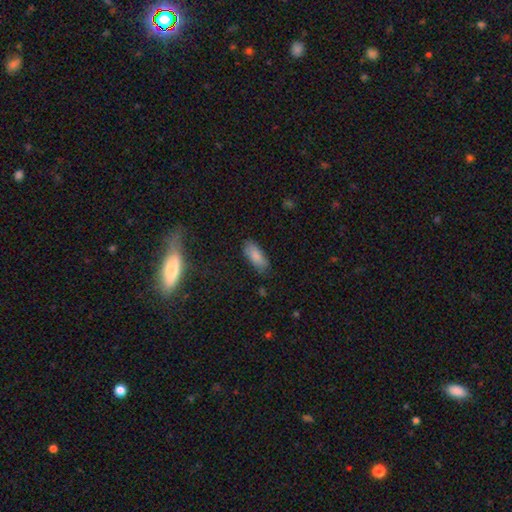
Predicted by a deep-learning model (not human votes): A smooth galaxy with no disk features (84%) that is in between round and cigar-shaped (80%).

Vote fractions:
- Smooth or featured? smooth: 84% / featured or disk: 8% / star or artifact: 8%
- How rounded? in between: 80% / cigar-shaped: 18% / round: 2%
- Merging? none: 77% / minor disturbance: 17% / major disturbance: 4% / merger: 2%